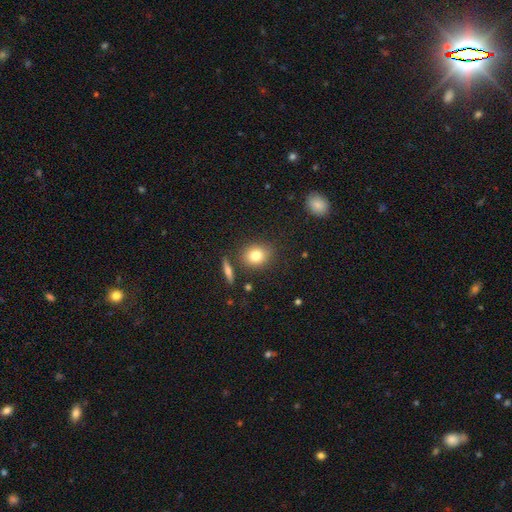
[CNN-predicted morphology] The model was most divided on "how rounded": round: 70%, in between: 28%, cigar-shaped: 2%. More confident: merging — none (82%); smooth or featured — smooth (79%).